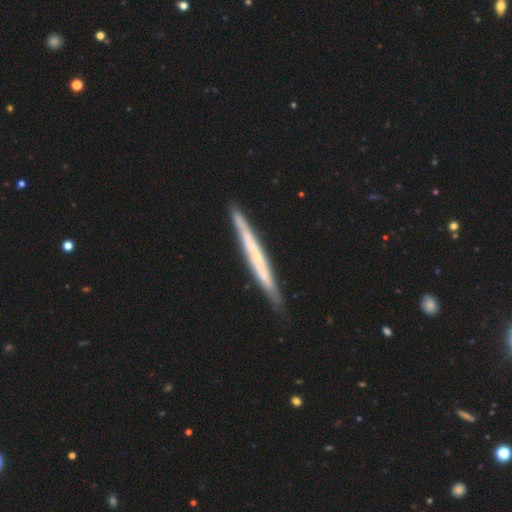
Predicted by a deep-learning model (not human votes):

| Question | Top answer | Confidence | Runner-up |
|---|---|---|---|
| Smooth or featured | featured or disk | 60% | smooth (34%) |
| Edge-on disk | yes | 93% | no (7%) |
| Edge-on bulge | none | 83% | rounded (11%) |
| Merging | none | 85% | minor disturbance (12%) |